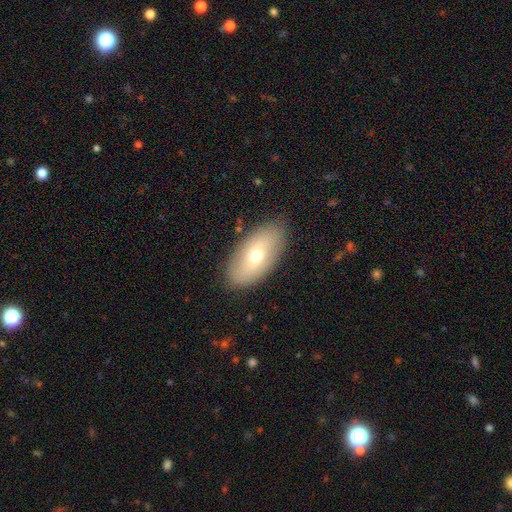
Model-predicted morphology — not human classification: type=smooth (61%); roundness=in between (92%); merging=none (85%).